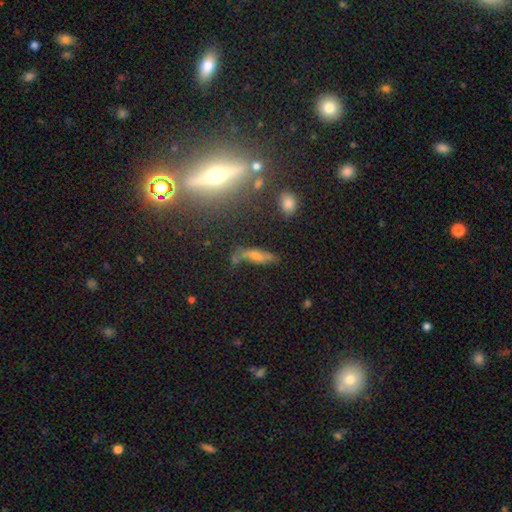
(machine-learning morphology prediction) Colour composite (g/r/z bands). It shows a featured or disk galaxy (44%). Merging: none (50%).